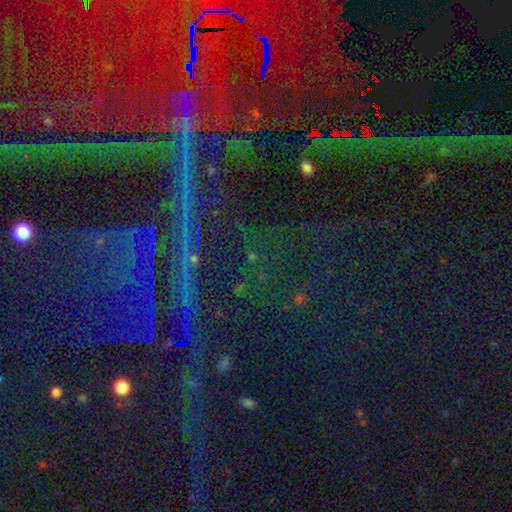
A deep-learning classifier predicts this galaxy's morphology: A star or artifact, not a galaxy (86%).